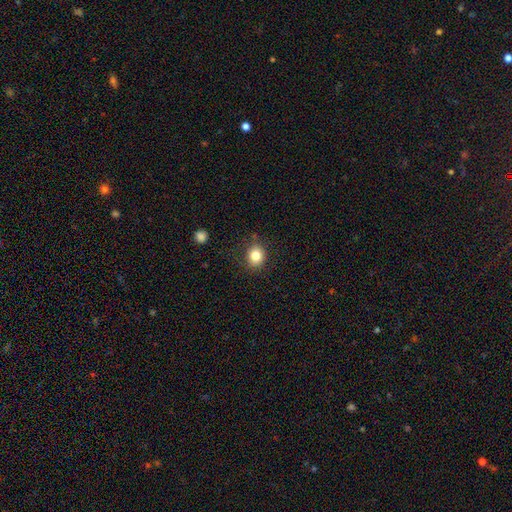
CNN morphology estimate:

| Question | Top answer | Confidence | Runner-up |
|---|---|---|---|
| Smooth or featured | smooth | 83% | star or artifact (10%) |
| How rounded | round | 65% | in between (35%) |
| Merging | none | 83% | minor disturbance (12%) |